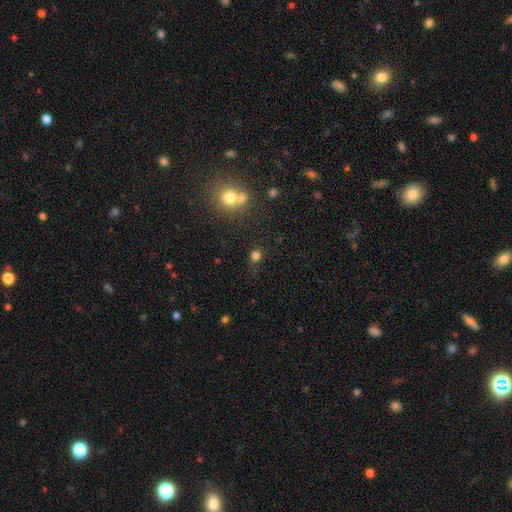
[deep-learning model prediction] Smooth or featured? smooth (76%)
How rounded? round (84%)
Merging? none (67%)